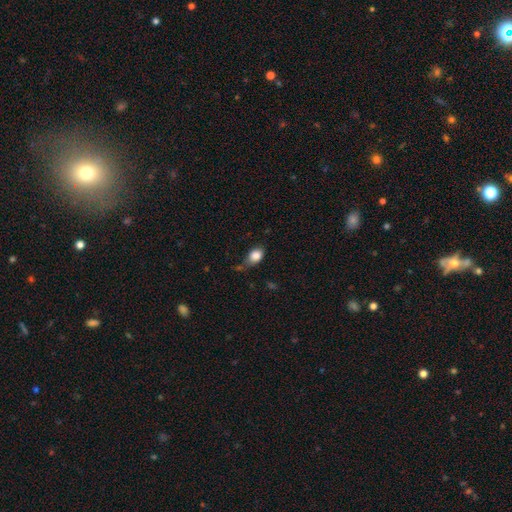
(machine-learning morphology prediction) Smooth or featured? Predicted: smooth (p=0.84). How rounded? Predicted: in between (p=0.75). Merging? Predicted: none (p=0.48).